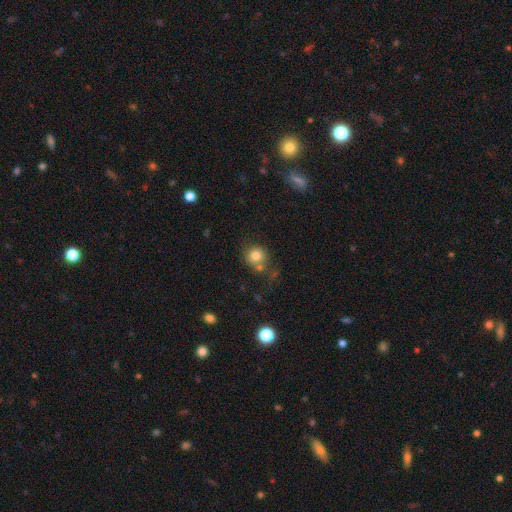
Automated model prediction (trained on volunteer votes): Overall: smooth (80%). How rounded: round (88%). Merging: none (63%).